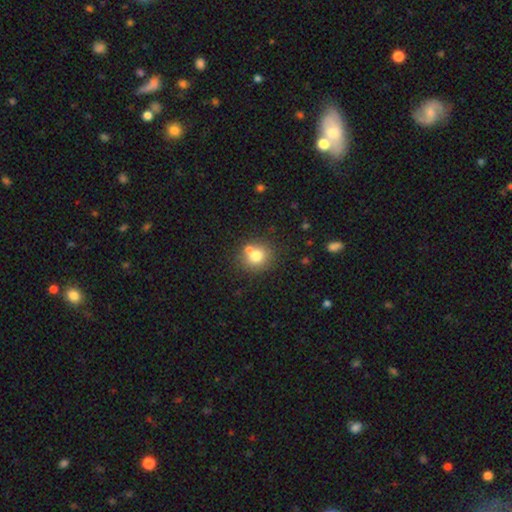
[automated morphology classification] smooth 73%, featured or disk 14%, star or artifact 13%. Down the decision tree: how rounded — round (81%); merging — none (64%).